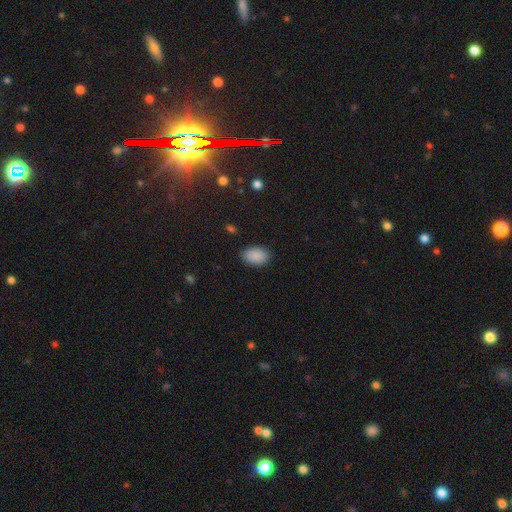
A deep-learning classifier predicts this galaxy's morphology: Smooth or featured? smooth (89%)
How rounded? in between (89%)
Merging? none (87%)